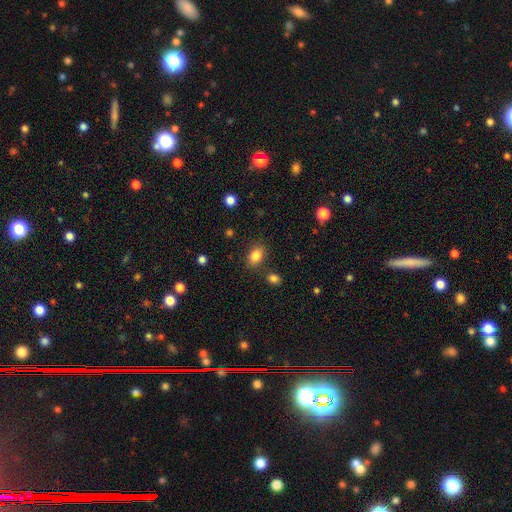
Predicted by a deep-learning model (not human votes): Morphology: type=smooth (83%); roundness=in between (74%); merging=none (79%).